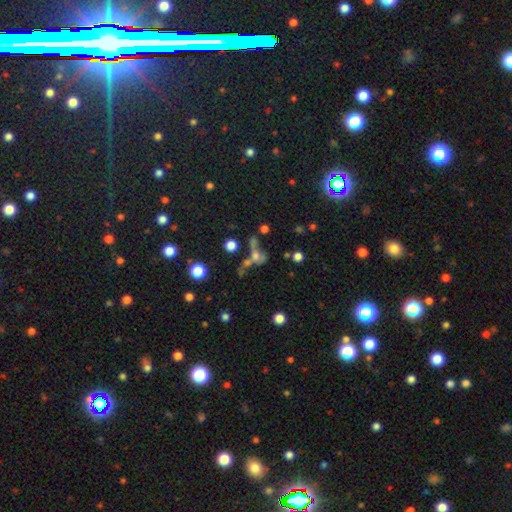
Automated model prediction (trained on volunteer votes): A smooth galaxy with no disk features (49%).

Vote fractions:
- Smooth or featured? smooth: 49% / featured or disk: 27% / star or artifact: 23%
- Merging? merger: 42% / none: 27% / major disturbance: 20% / minor disturbance: 11%